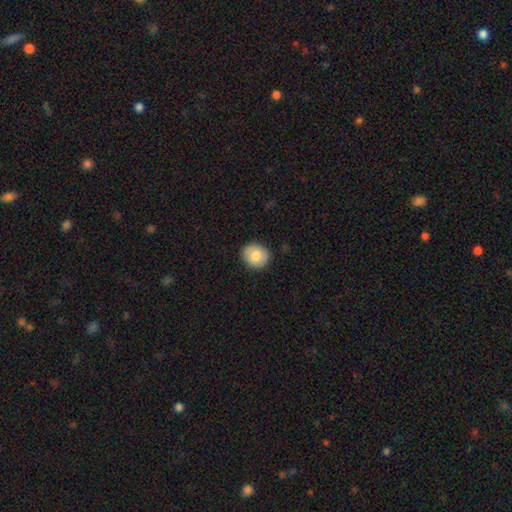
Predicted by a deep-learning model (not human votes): A smooth galaxy with no disk features (77%) that is round (76%). Merging: none (87%).